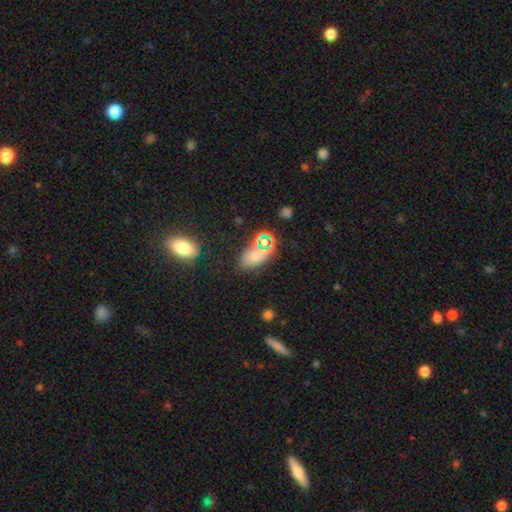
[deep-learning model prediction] Smooth or featured? Predicted: smooth (p=0.63). How rounded? Predicted: in between (p=0.86). Merging? Predicted: none (p=0.72).